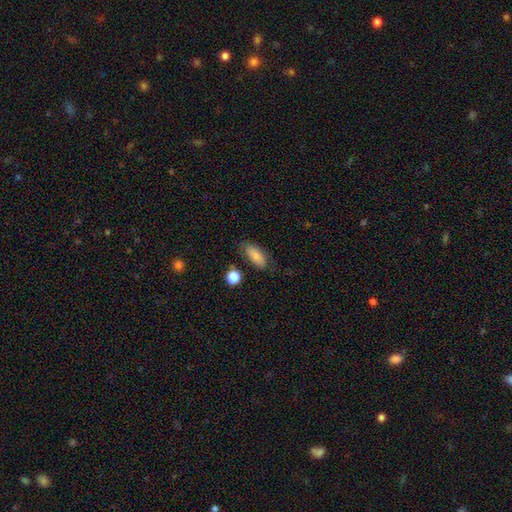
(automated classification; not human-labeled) Morphology: type=smooth (79%); roundness=in between (85%); merging=none (72%).